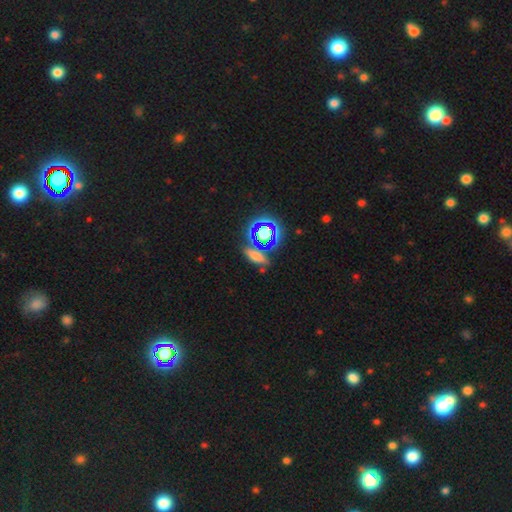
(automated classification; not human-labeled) Smooth or featured: smooth — 54% (star or artifact — 27%)
How rounded: in between — 55% (cigar-shaped — 28%)
Merging: none — 67% (minor disturbance — 15%)